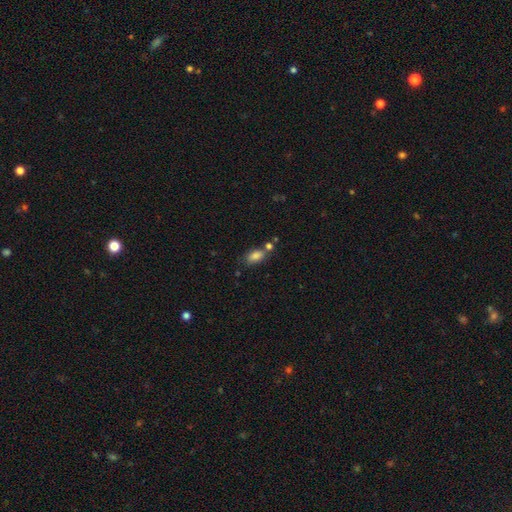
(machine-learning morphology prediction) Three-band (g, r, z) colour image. It shows a smooth galaxy with no disk features (83%) that is in between round and cigar-shaped (87%). Merging: none (58%).